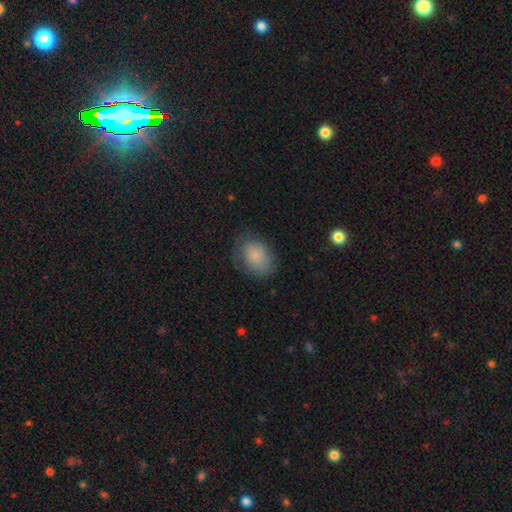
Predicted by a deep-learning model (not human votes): smooth 79%, featured or disk 13%, star or artifact 8%. Down the decision tree: how rounded — in between (73%); merging — none (66%).